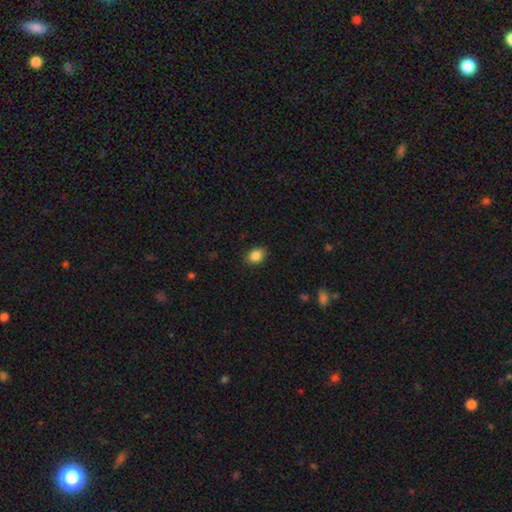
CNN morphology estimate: Smooth or featured: smooth — 87% (star or artifact — 9%)
How rounded: in between — 63% (round — 36%)
Merging: none — 87% (minor disturbance — 10%)